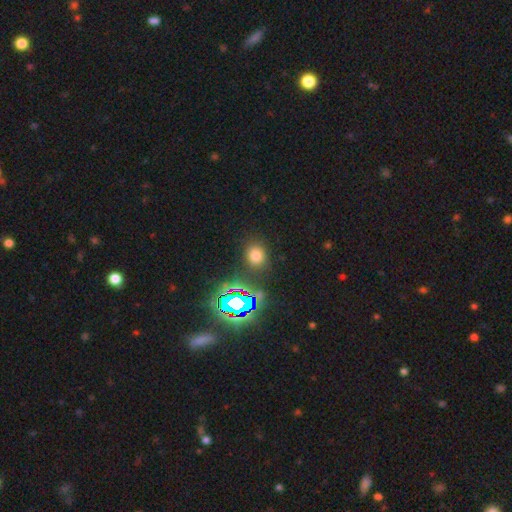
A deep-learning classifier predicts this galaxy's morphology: Q: Smooth or featured?
A: smooth (64%); runner-up: star or artifact (28%)
Q: How rounded?
A: round (71%); runner-up: in between (28%)
Q: Merging?
A: none (85%); runner-up: minor disturbance (9%)